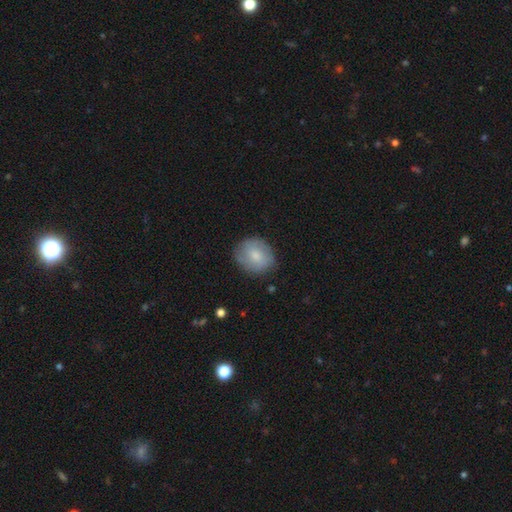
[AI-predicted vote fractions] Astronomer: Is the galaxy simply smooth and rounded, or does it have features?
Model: smooth — 70%.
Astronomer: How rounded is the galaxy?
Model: round — 69%.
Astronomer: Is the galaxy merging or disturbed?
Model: none — 79%.